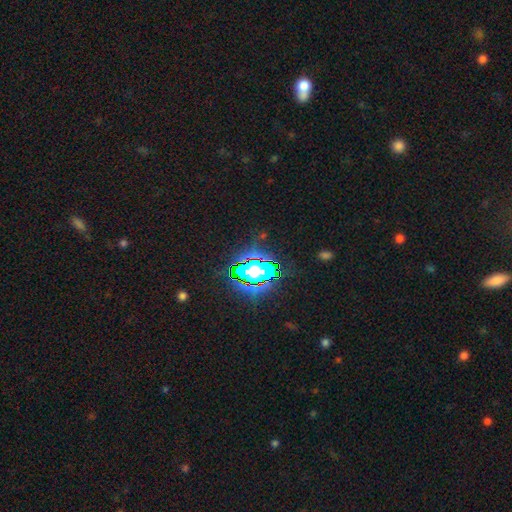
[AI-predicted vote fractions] Smooth or featured?
  - star or artifact: 76% *
  - smooth: 14%
  - featured or disk: 10%